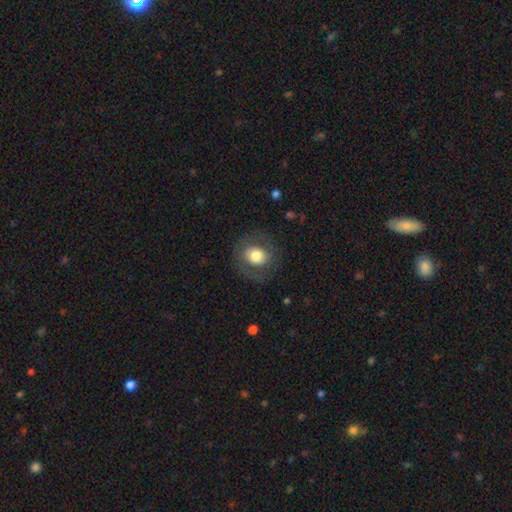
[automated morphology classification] The model was most divided on "smooth or featured": smooth: 67%, featured or disk: 25%, star or artifact: 8%. More confident: merging — none (78%); how rounded — round (75%).